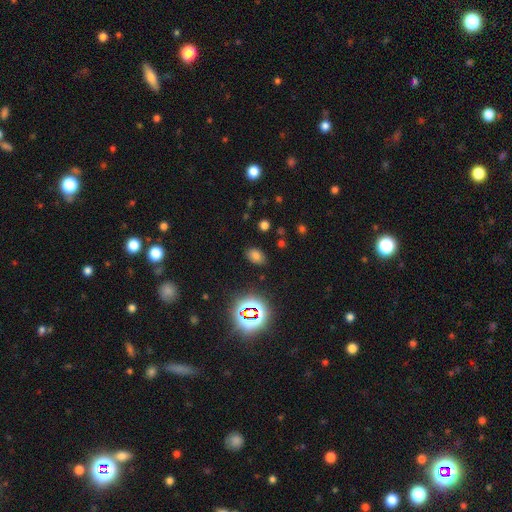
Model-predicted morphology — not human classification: This appears to be a smooth galaxy with no disk features (68%) that is in between round and cigar-shaped (85%). Merging: none (83%).